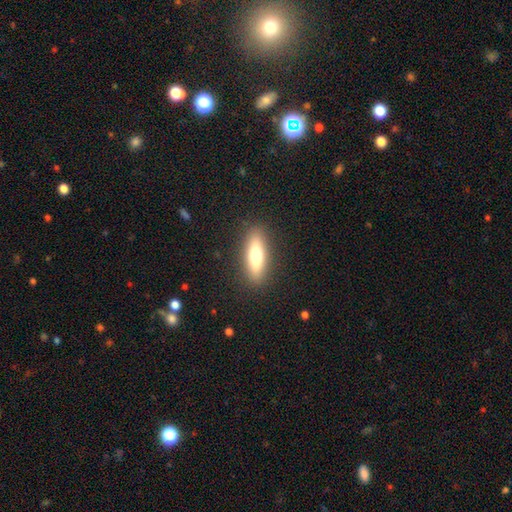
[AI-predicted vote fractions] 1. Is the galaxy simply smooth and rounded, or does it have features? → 66% smooth, 27% featured or disk, 7% star or artifact.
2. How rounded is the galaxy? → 59% cigar-shaped, 39% in between, 2% round.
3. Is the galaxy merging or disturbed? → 89% none, 8% minor disturbance, 2% major disturbance, 1% merger.